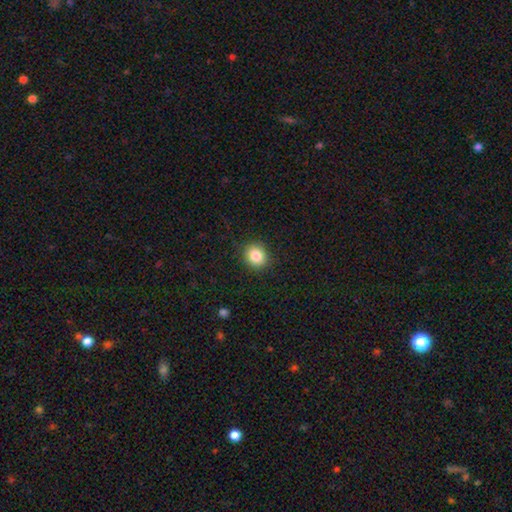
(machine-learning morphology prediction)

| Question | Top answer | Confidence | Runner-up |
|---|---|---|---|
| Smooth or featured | smooth | 85% | star or artifact (10%) |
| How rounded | round | 79% | in between (20%) |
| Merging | none | 89% | minor disturbance (7%) |